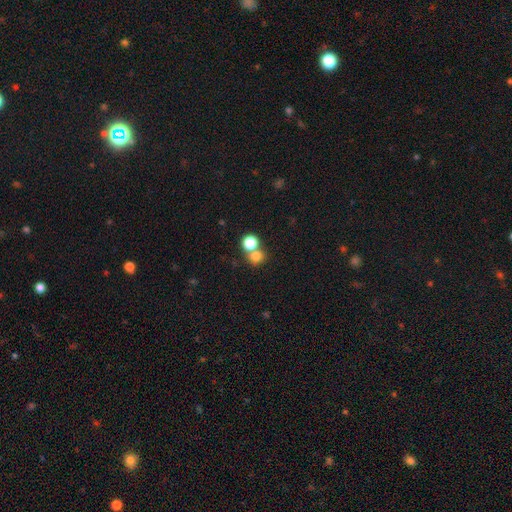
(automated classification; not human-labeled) smooth 78%, star or artifact 14%, featured or disk 8%. Down the decision tree: how rounded — round (84%); merging — none (49%).